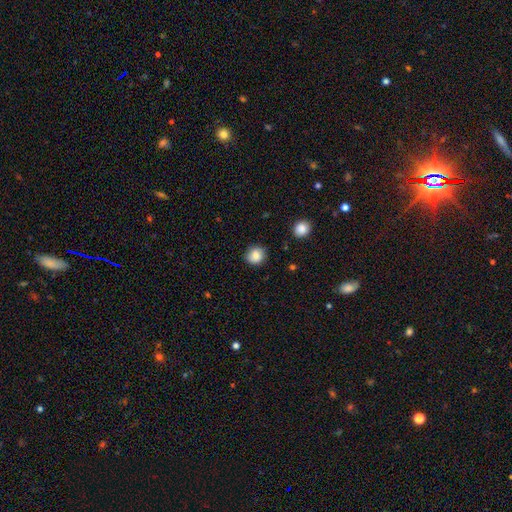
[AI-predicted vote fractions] Overall: smooth (84%). How rounded: round (85%). Merging: none (85%).